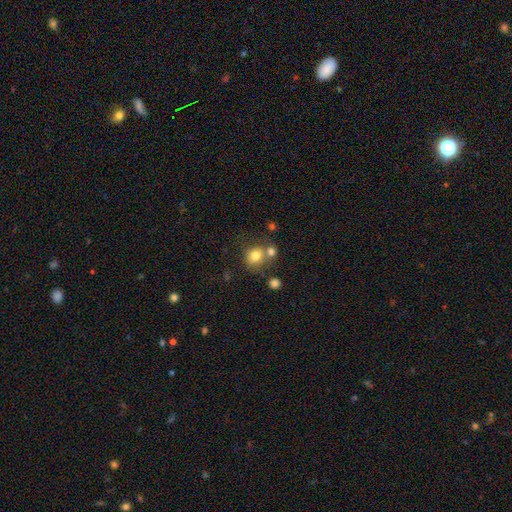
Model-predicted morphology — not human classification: Q: Smooth or featured?
A: smooth (78%); runner-up: star or artifact (12%)
Q: How rounded?
A: round (70%); runner-up: in between (29%)
Q: Merging?
A: none (50%); runner-up: merger (31%)